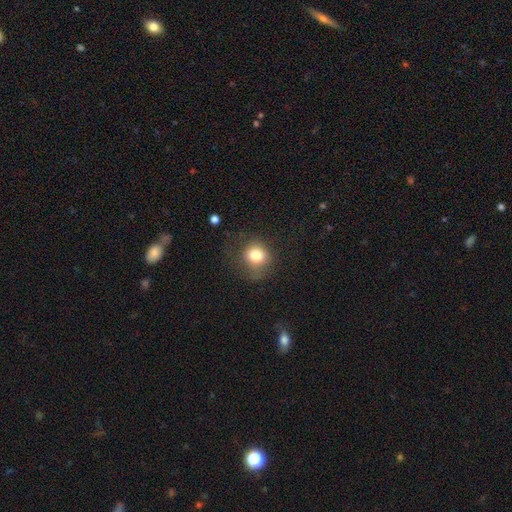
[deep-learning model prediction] Smooth or featured?
  - smooth: 80% *
  - star or artifact: 11%
  - featured or disk: 9%
How rounded?
  - round: 79% *
  - in between: 20%
  - cigar-shaped: 1%
Merging?
  - none: 63% *
  - minor disturbance: 22%
  - major disturbance: 13%
  - merger: 2%